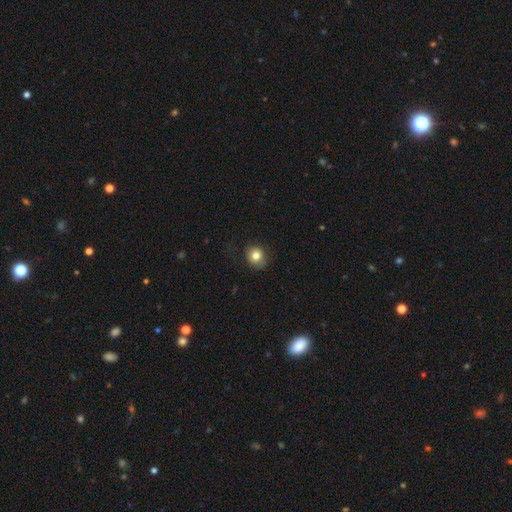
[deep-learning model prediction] smooth_or_featured: smooth (p=0.80) [alt: star or artifact p=0.11]
how_rounded: round (p=0.78) [alt: in between p=0.21]
merging: none (p=0.81) [alt: minor disturbance p=0.14]